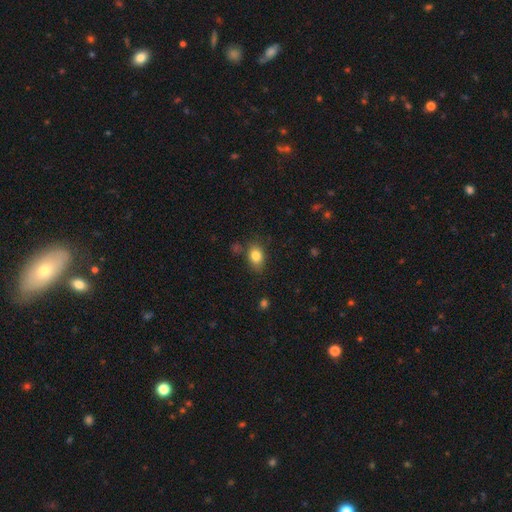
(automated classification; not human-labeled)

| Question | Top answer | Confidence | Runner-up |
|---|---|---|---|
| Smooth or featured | smooth | 83% | star or artifact (10%) |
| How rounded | in between | 72% | round (27%) |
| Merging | none | 76% | minor disturbance (16%) |